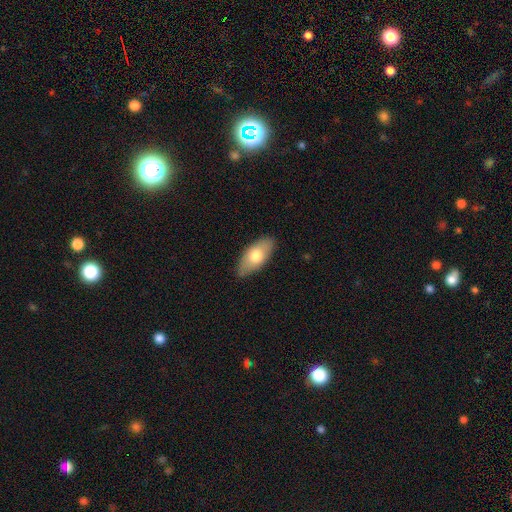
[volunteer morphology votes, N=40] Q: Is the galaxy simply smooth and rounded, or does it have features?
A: smooth — 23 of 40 (57%).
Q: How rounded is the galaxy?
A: in between — 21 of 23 (91%).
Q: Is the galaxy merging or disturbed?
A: none — 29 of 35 (83%).